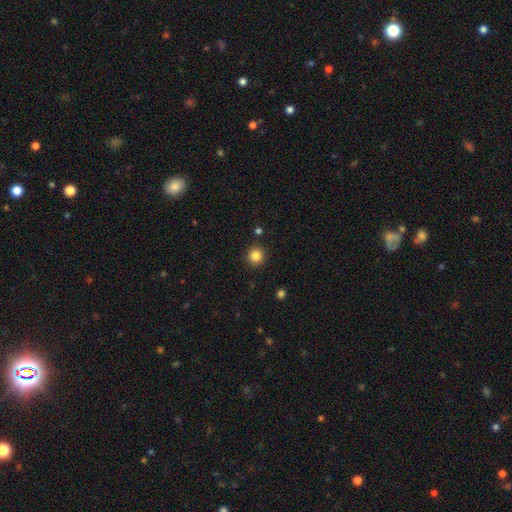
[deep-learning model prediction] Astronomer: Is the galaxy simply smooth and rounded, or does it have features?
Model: smooth — 85%.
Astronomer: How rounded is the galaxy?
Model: round — 94%.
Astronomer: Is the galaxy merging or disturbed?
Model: none — 91%.